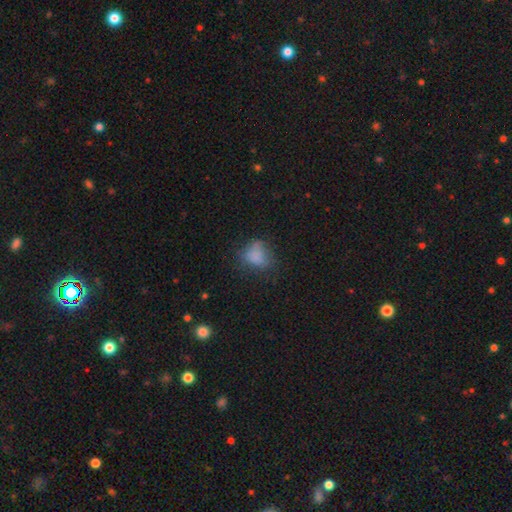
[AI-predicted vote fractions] smooth 72%, featured or disk 14%, star or artifact 13%. Down the decision tree: how rounded — in between (57%); merging — none (49%).